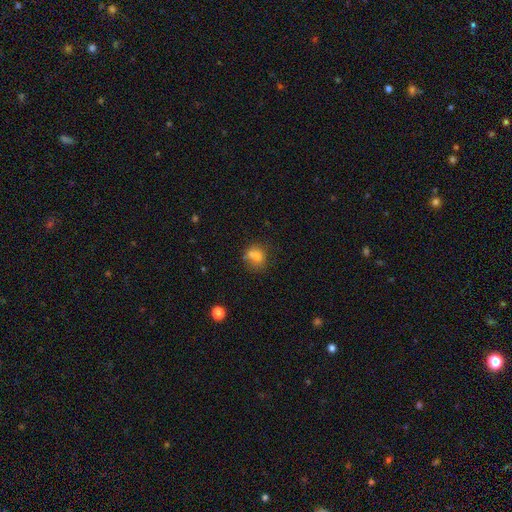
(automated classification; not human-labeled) smooth 74%, featured or disk 14%, star or artifact 12%. Down the decision tree: how rounded — round (68%); merging — none (46%).